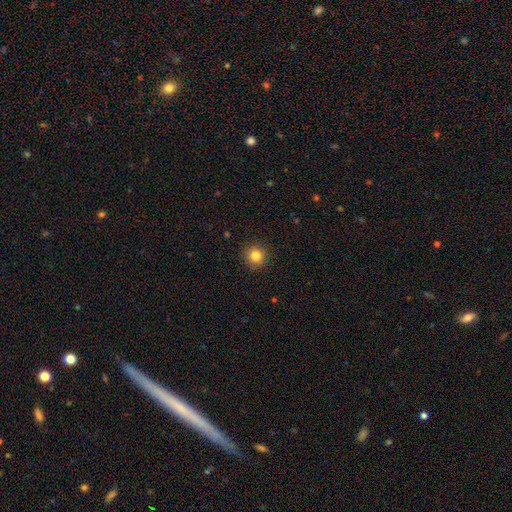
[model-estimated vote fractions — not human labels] This is clearly a smooth galaxy (84%). How rounded: clearly round (94%). Merging: clearly none (91%).